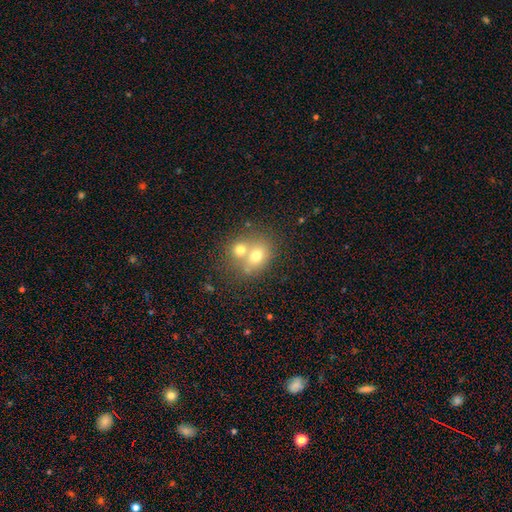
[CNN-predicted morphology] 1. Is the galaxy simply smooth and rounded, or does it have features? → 68% smooth, 20% featured or disk, 12% star or artifact.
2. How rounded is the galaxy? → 60% round, 39% in between, 1% cigar-shaped.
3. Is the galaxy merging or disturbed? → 56% merger, 33% none, 7% minor disturbance, 3% major disturbance.